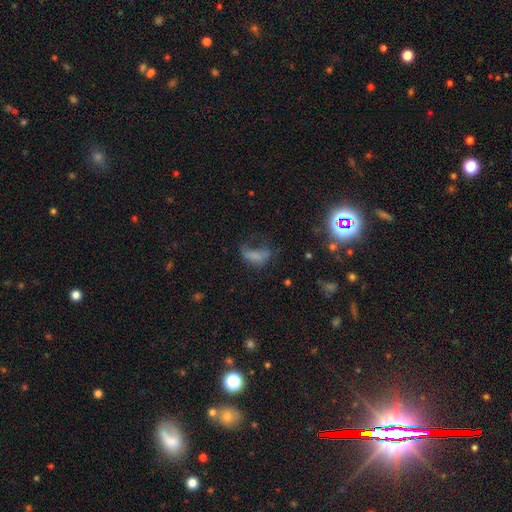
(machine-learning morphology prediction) The model was most divided on "merging": major disturbance: 50%, none: 25%, minor disturbance: 19%, merger: 6%. More confident: how rounded — in between (79%); smooth or featured — smooth (53%).